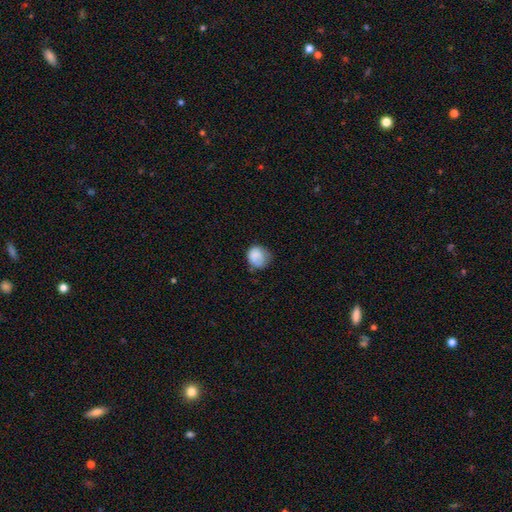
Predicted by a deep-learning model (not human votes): Smooth or featured?
  - smooth: 83% *
  - featured or disk: 9%
  - star or artifact: 8%
How rounded?
  - round: 74% *
  - in between: 25%
  - cigar-shaped: 1%
Merging?
  - none: 55% *
  - minor disturbance: 32%
  - major disturbance: 11%
  - merger: 2%